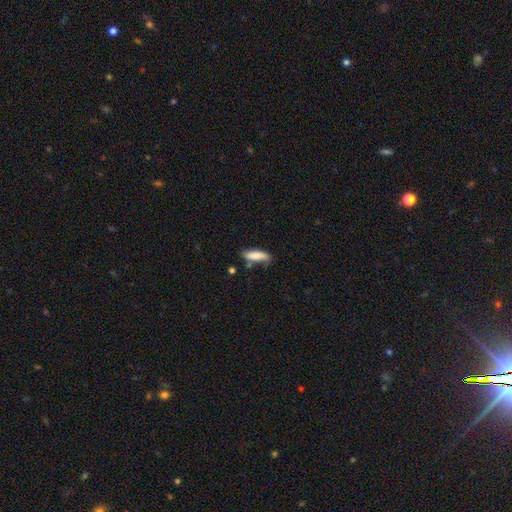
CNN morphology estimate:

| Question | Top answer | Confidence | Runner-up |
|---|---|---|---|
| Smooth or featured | smooth | 78% | featured or disk (15%) |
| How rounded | cigar-shaped | 54% | in between (44%) |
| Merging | none | 55% | minor disturbance (28%) |